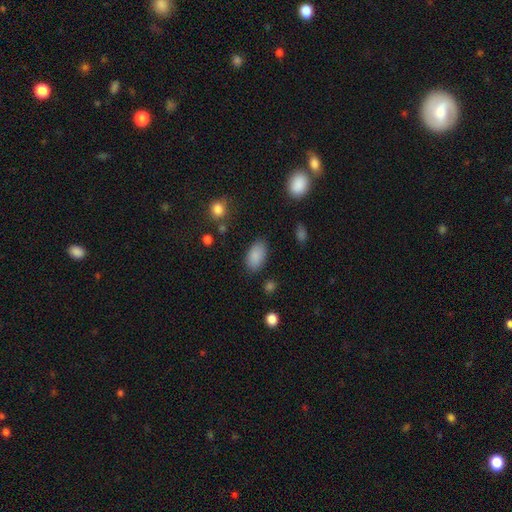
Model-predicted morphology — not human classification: Smooth or featured? Predicted: smooth (p=0.87). How rounded? Predicted: in between (p=0.94). Merging? Predicted: none (p=0.83).